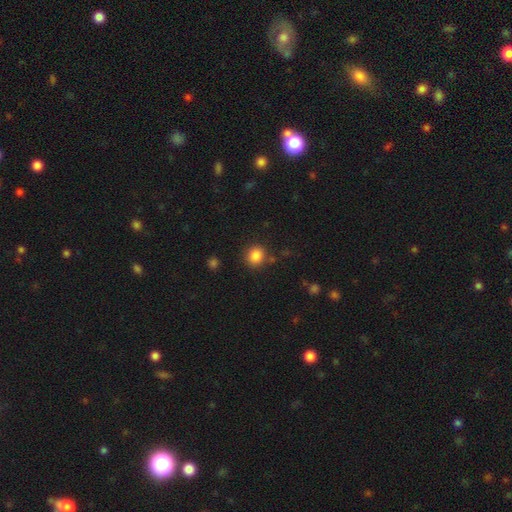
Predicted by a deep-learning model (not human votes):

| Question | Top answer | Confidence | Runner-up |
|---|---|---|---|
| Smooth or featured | smooth | 86% | star or artifact (10%) |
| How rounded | round | 81% | in between (19%) |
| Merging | none | 84% | minor disturbance (9%) |